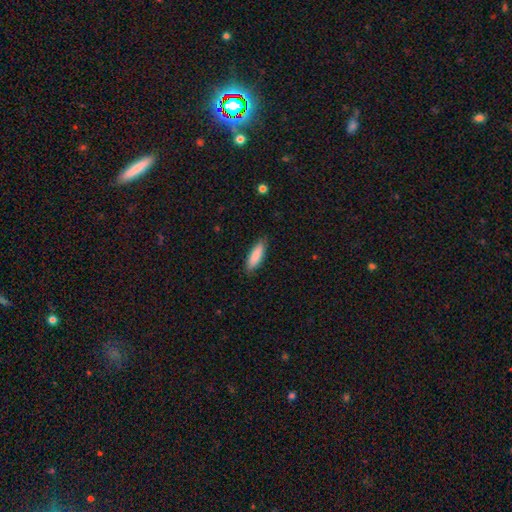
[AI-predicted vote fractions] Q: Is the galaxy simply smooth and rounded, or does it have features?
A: smooth — 88%.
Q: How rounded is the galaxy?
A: in between — 51%.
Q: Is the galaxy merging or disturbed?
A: none — 85%.